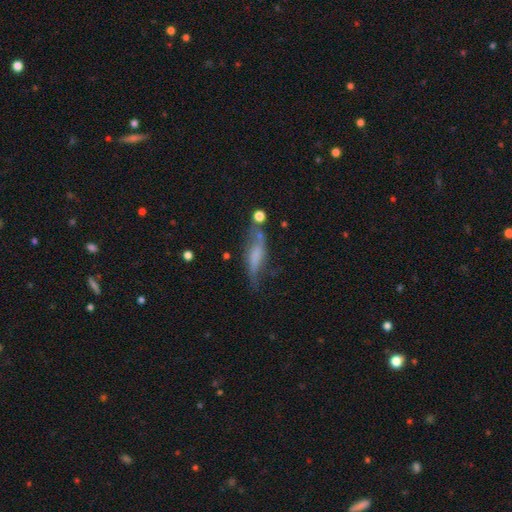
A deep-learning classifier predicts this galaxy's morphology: type=smooth (47%); merging=none (43%).